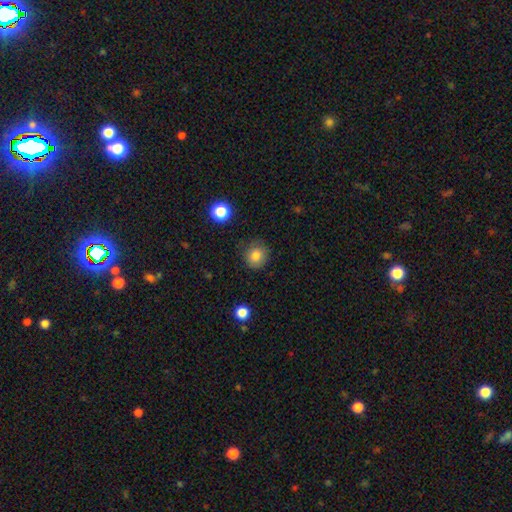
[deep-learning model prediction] A smooth galaxy with no disk features (83%) that is round (85%). Merging: none (80%).